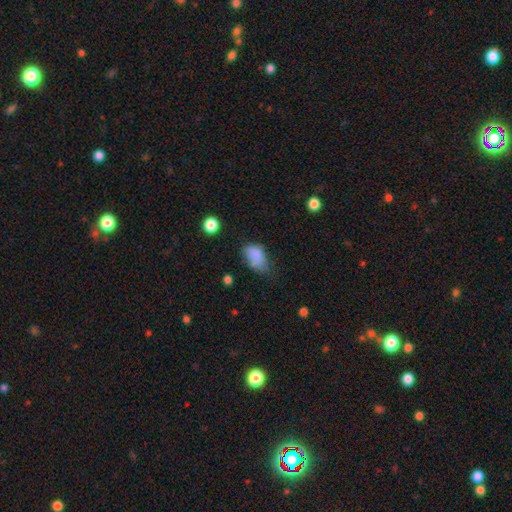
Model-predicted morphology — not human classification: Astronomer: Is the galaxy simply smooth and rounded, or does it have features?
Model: smooth — 80%.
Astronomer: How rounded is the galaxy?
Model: in between — 89%.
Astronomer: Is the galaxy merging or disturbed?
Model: none — 41% (runner-up: minor disturbance, 37%).